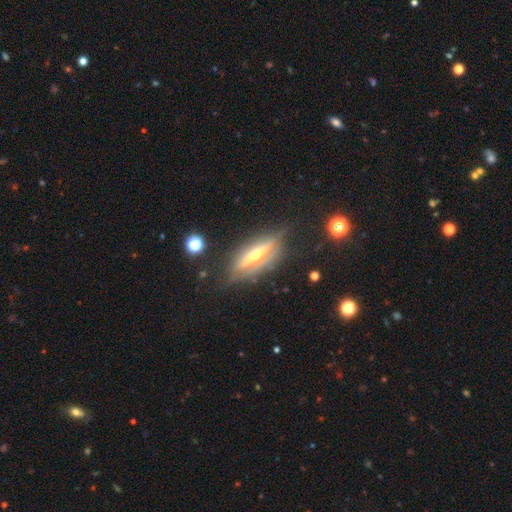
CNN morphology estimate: Smooth or featured? Predicted: featured or disk (p=0.73). Edge-on disk? Predicted: yes (p=0.87). Edge-on bulge? Predicted: rounded (p=0.88). Merging? Predicted: none (p=0.73).